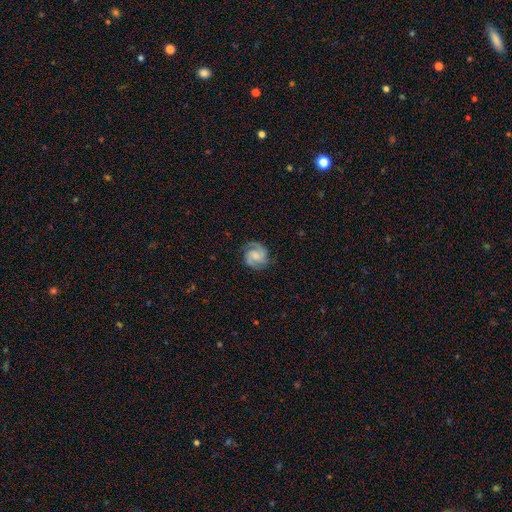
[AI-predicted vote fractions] smooth_or_featured: featured or disk (p=0.83) [alt: smooth p=0.11]
disk_edge_on: no (p=0.98) [alt: yes p=0.02]
bar: weak (p=0.48) [alt: no p=0.41]
has_spiral_arms: yes (p=0.97) [alt: no p=0.03]
spiral_winding: medium (p=0.51) [alt: tight p=0.36]
spiral_arm_count: 2 (p=0.79) [alt: 3 p=0.11]
bulge_size: small (p=0.40) [alt: moderate p=0.34]
merging: none (p=0.80) [alt: minor disturbance p=0.14]